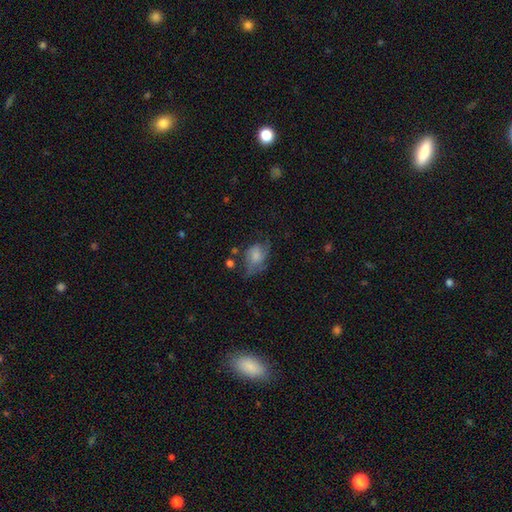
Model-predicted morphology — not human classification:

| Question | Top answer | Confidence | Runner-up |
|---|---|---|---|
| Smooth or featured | smooth | 57% | featured or disk (34%) |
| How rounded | in between | 78% | round (21%) |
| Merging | none | 34% | minor disturbance (31%) |